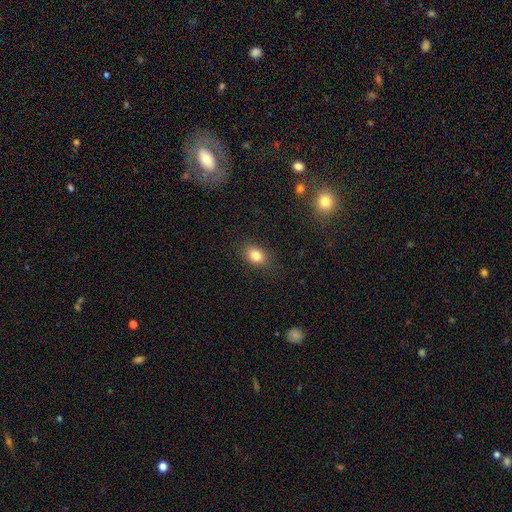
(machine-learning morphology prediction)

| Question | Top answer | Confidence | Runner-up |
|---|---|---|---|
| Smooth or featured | smooth | 83% | star or artifact (10%) |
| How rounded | in between | 66% | round (33%) |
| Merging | none | 86% | minor disturbance (10%) |